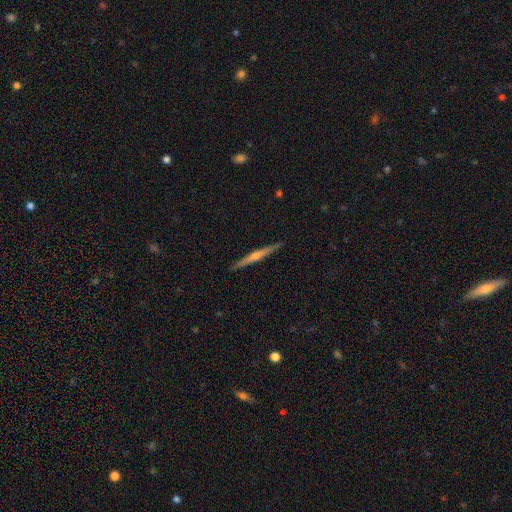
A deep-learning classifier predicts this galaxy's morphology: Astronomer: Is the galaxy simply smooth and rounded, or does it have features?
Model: featured or disk — 74%.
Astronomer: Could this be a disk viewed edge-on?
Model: yes — 98%.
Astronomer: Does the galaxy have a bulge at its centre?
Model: rounded — 80%.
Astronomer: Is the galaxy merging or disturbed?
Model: none — 92%.